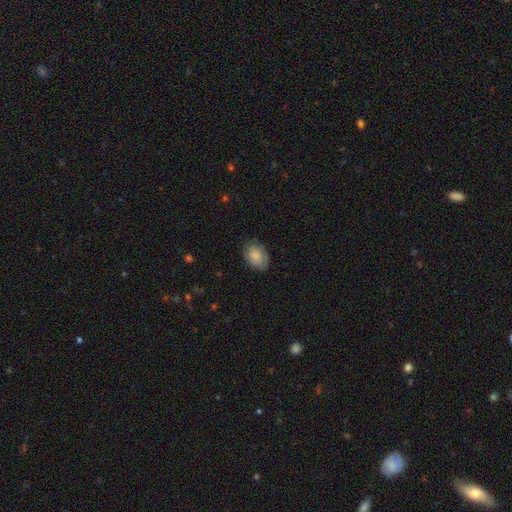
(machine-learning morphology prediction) smooth-or-featured: smooth: 82% | featured or disk: 11% | star or artifact: 7%
  how-rounded: in between: 84% | round: 15% | cigar-shaped: 1%
  merging: none: 80% | minor disturbance: 15% | major disturbance: 4% | merger: 1%